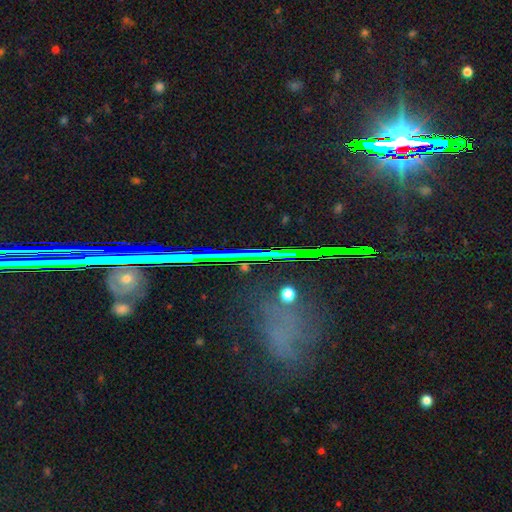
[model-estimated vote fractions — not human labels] smooth_or_featured: star or artifact (p=0.76) [alt: smooth p=0.12]